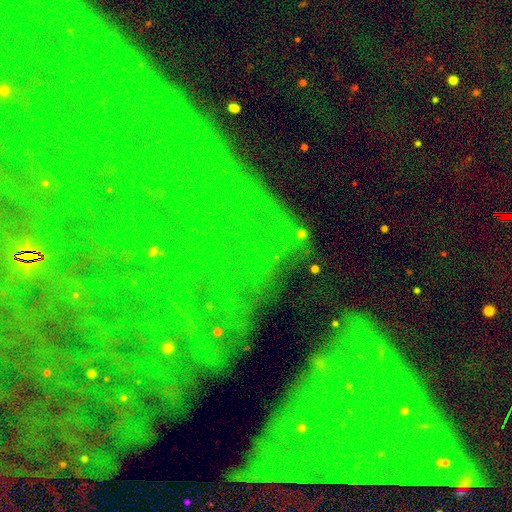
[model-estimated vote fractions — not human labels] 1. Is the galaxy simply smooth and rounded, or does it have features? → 83% star or artifact, 9% featured or disk, 8% smooth.